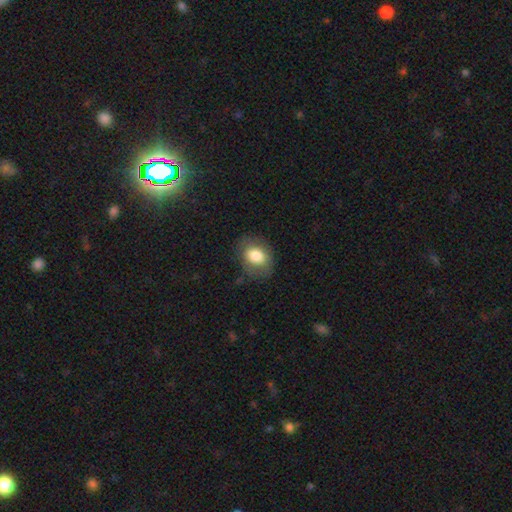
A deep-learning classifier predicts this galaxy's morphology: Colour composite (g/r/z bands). It shows a smooth galaxy with no disk features (78%) that is in between round and cigar-shaped (63%). Merging: none (68%).